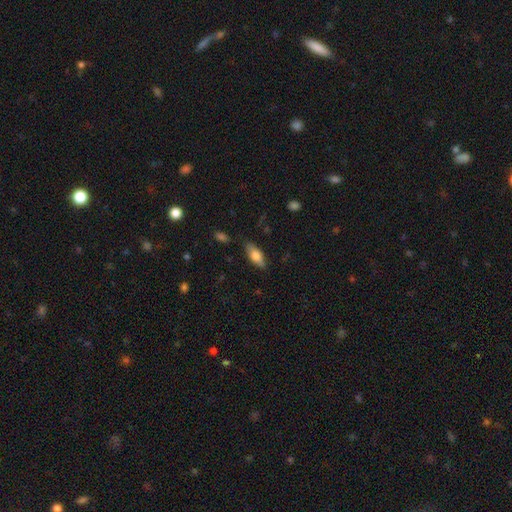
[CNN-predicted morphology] Smooth or featured: smooth — 73% (featured or disk — 20%)
How rounded: in between — 79% (cigar-shaped — 18%)
Merging: none — 81% (minor disturbance — 14%)